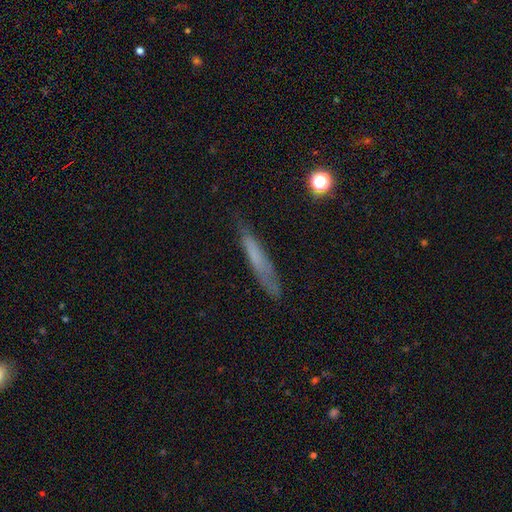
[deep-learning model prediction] Smooth or featured? Predicted: smooth (p=0.57). How rounded? Predicted: cigar-shaped (p=0.91). Merging? Predicted: none (p=0.74).